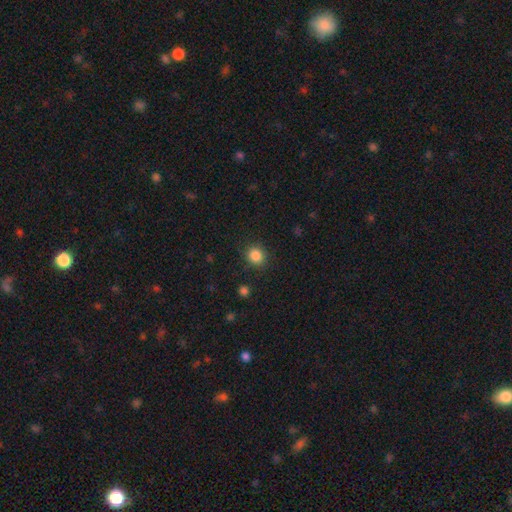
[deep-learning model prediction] The model was most divided on "how rounded": round: 82%, in between: 17%, cigar-shaped: 1%. More confident: merging — none (89%); smooth or featured — smooth (85%).